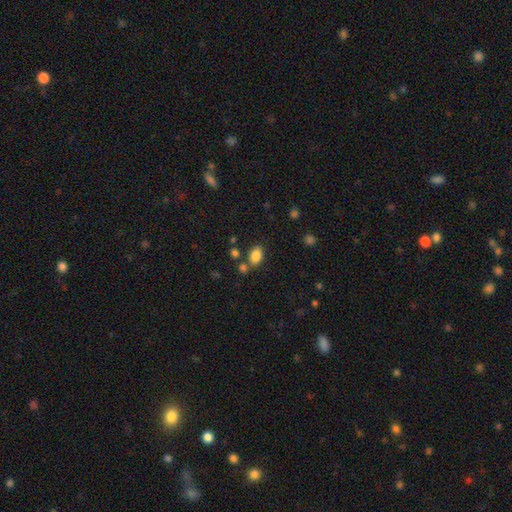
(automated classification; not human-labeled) Smooth or featured? smooth (85%)
How rounded? in between (88%)
Merging? none (71%)